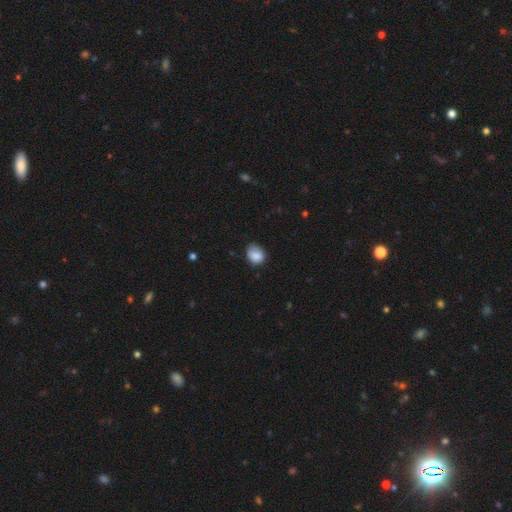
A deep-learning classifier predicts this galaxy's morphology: type=smooth (83%); roundness=round (50%); merging=none (56%).